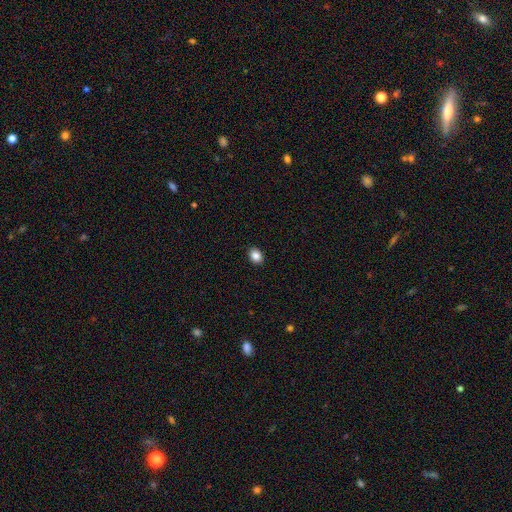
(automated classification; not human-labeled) Q: Smooth or featured?
A: smooth (86%); runner-up: star or artifact (9%)
Q: How rounded?
A: in between (64%); runner-up: round (35%)
Q: Merging?
A: none (91%); runner-up: minor disturbance (6%)